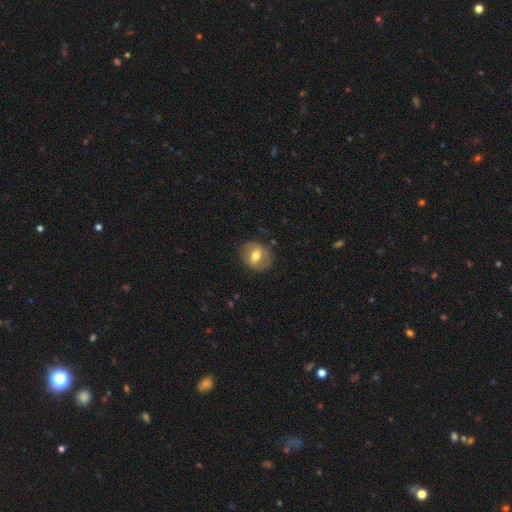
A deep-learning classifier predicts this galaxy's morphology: A smooth galaxy with no disk features (54%) that is round (67%).

Vote fractions:
- Smooth or featured? smooth: 54% / featured or disk: 38% / star or artifact: 8%
- How rounded? round: 67% / in between: 31% / cigar-shaped: 1%
- Merging? none: 81% / minor disturbance: 13% / major disturbance: 5% / merger: 1%